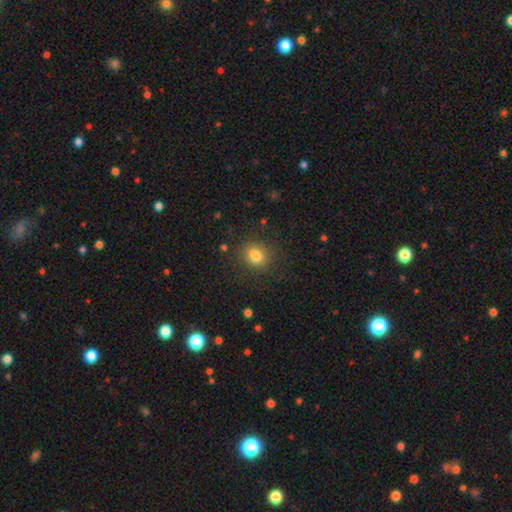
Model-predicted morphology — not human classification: Overall: smooth (80%). How rounded: round (69%; in between 30%). Merging: none (81%).